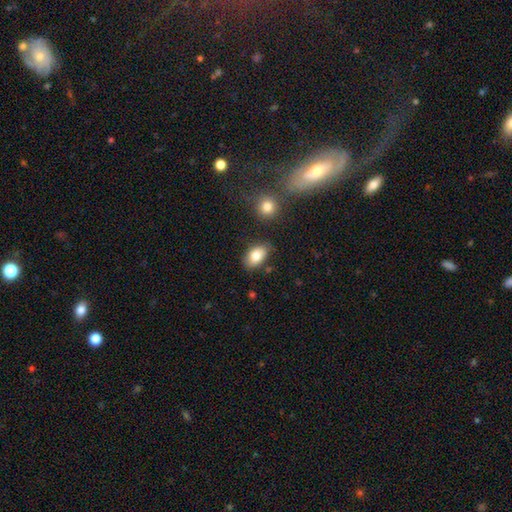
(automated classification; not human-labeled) Smooth or featured?
  - smooth: 82% *
  - featured or disk: 10%
  - star or artifact: 8%
How rounded?
  - in between: 89% *
  - round: 10%
  - cigar-shaped: 1%
Merging?
  - none: 77% *
  - minor disturbance: 16%
  - merger: 4%
  - major disturbance: 3%